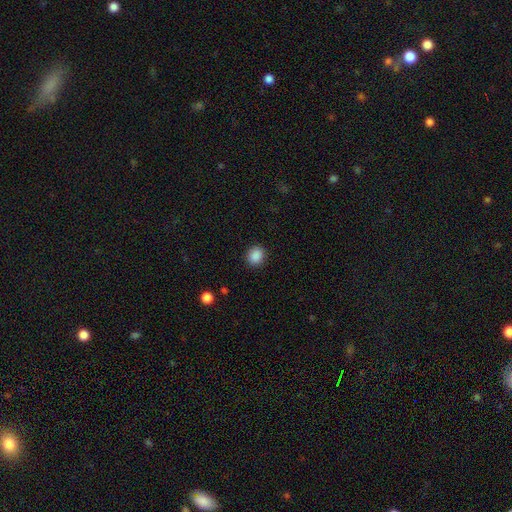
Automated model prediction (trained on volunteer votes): A smooth galaxy with no disk features (88%) that is round (68%).

Vote fractions:
- Smooth or featured? smooth: 88% / star or artifact: 9% / featured or disk: 3%
- How rounded? round: 68% / in between: 31% / cigar-shaped: 1%
- Merging? none: 89% / minor disturbance: 7% / major disturbance: 2% / merger: 1%